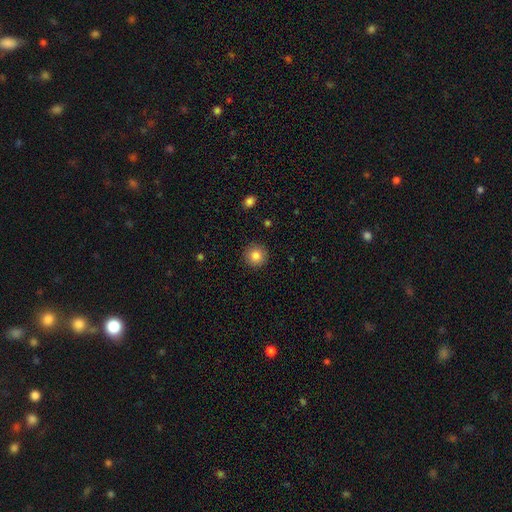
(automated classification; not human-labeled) Smooth or featured?
  - smooth: 84% *
  - star or artifact: 10%
  - featured or disk: 7%
How rounded?
  - round: 95% *
  - in between: 4%
  - cigar-shaped: 1%
Merging?
  - none: 91% *
  - minor disturbance: 6%
  - major disturbance: 2%
  - merger: 1%